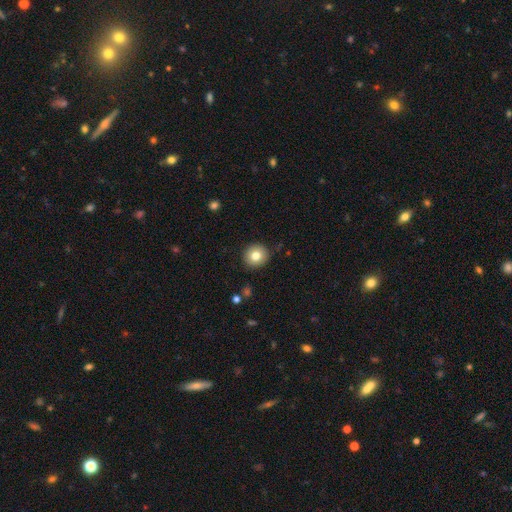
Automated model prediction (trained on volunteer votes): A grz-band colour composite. It shows a smooth galaxy with no disk features (80%) that is round (92%). Merging: none (90%).